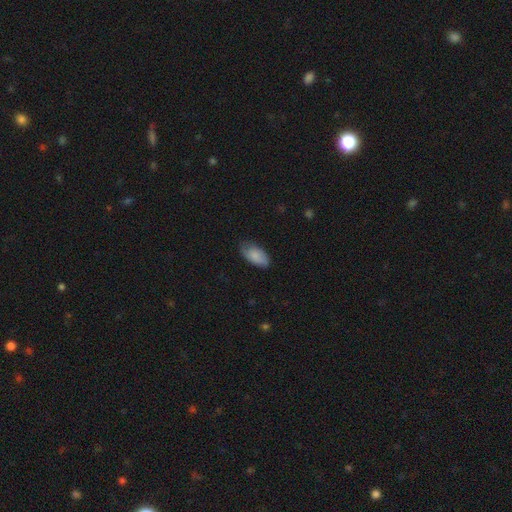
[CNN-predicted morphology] Overall: smooth (82%). How rounded: in between (94%). Merging: none (68%).